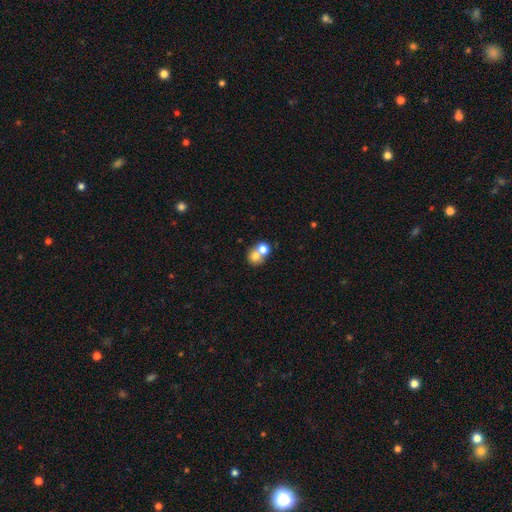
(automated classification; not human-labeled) smooth_or_featured: smooth (p=0.72) [alt: featured or disk p=0.17]
how_rounded: round (p=0.77) [alt: in between p=0.22]
merging: merger (p=0.61) [alt: none p=0.31]